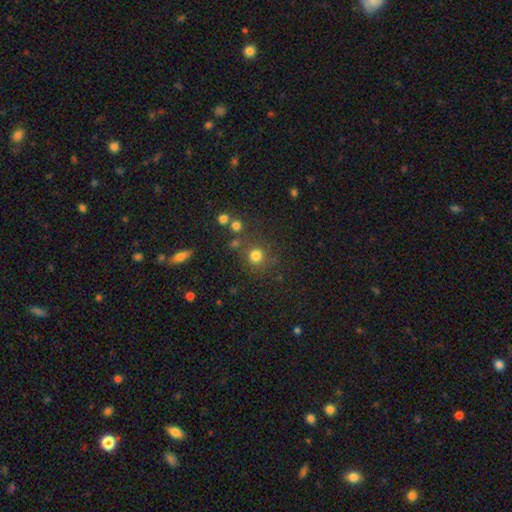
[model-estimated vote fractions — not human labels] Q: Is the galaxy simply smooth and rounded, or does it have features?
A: smooth — 79%.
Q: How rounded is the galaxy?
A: round — 92%.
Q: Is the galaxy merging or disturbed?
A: none — 78%.